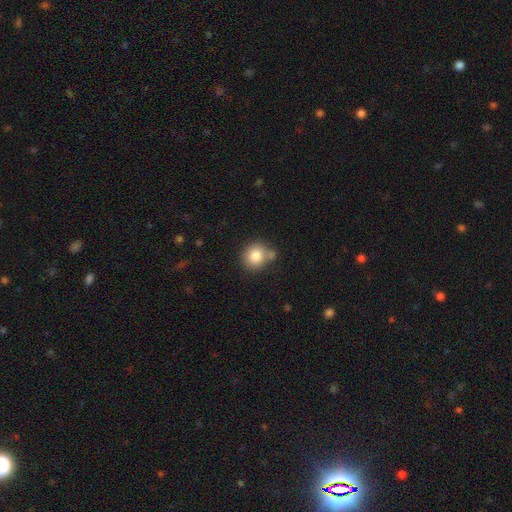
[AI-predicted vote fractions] smooth-or-featured: smooth: 81% | star or artifact: 10% | featured or disk: 9%
  how-rounded: round: 85% | in between: 15% | cigar-shaped: 1%
  merging: none: 64% | merger: 18% | minor disturbance: 15% | major disturbance: 4%